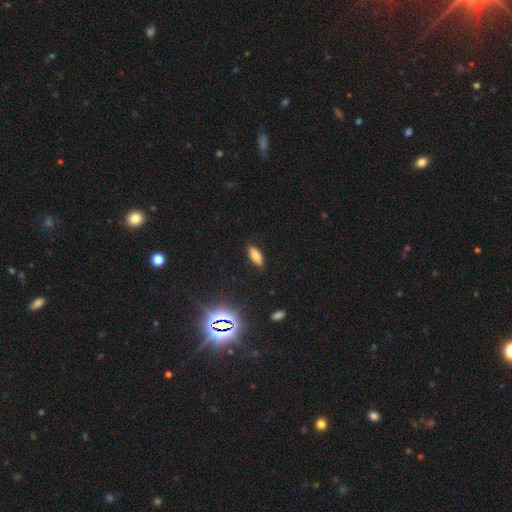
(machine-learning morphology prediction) Smooth or featured?
  - smooth: 75% *
  - star or artifact: 14%
  - featured or disk: 10%
How rounded?
  - in between: 79% *
  - cigar-shaped: 18%
  - round: 3%
Merging?
  - none: 86% *
  - minor disturbance: 10%
  - major disturbance: 2%
  - merger: 1%